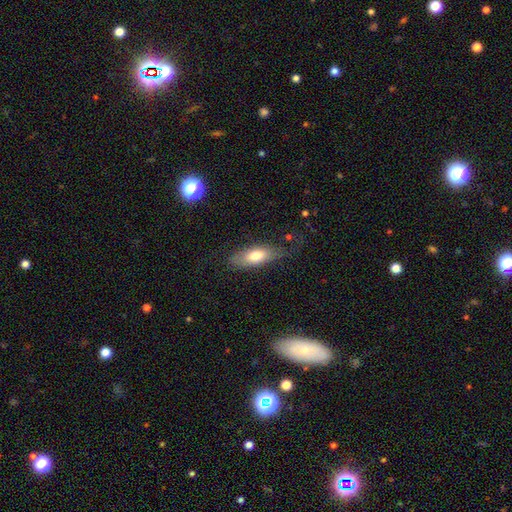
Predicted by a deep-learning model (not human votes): smooth-or-featured: smooth: 72% | featured or disk: 21% | star or artifact: 6%
  how-rounded: in between: 74% | cigar-shaped: 23% | round: 3%
  merging: none: 64% | minor disturbance: 23% | major disturbance: 11% | merger: 2%